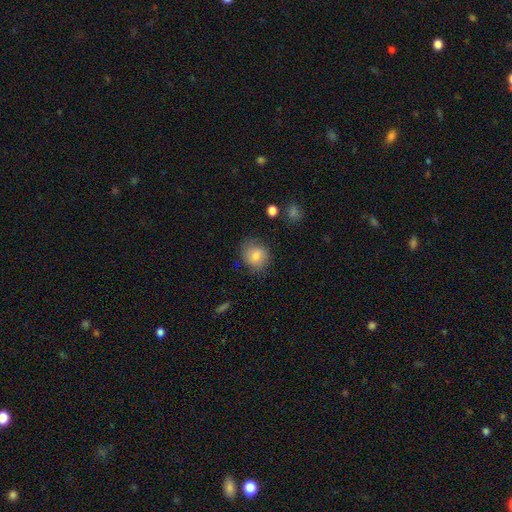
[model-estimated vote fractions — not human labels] A smooth galaxy with no disk features (75%) that is round (74%).

Vote fractions:
- Smooth or featured? smooth: 75% / featured or disk: 16% / star or artifact: 9%
- How rounded? round: 74% / in between: 25% / cigar-shaped: 1%
- Merging? none: 75% / minor disturbance: 18% / major disturbance: 5% / merger: 2%